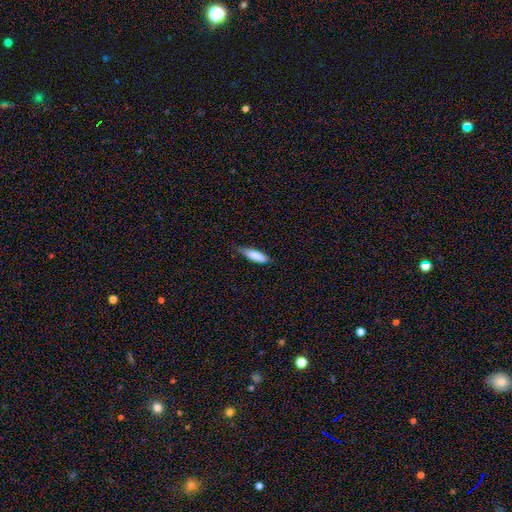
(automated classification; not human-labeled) This appears to be a smooth galaxy with no disk features (85%) that is cigar-shaped (51%). Merging: none (67%).